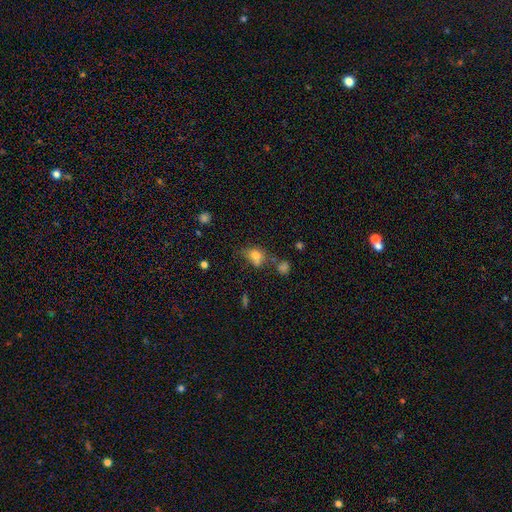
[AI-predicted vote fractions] A smooth galaxy with no disk features (75%) that is in between round and cigar-shaped (51%).

Vote fractions:
- Smooth or featured? smooth: 75% / star or artifact: 13% / featured or disk: 12%
- How rounded? in between: 51% / round: 47% / cigar-shaped: 2%
- Merging? none: 46% / minor disturbance: 26% / merger: 17% / major disturbance: 11%